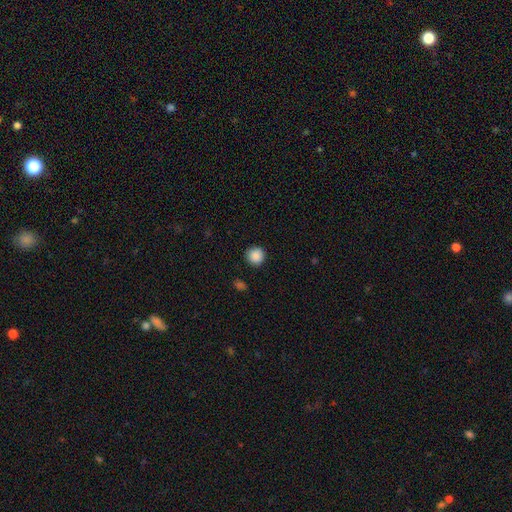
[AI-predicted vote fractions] This is clearly a smooth galaxy (88%). How rounded: clearly round (94%). Merging: clearly none (91%).